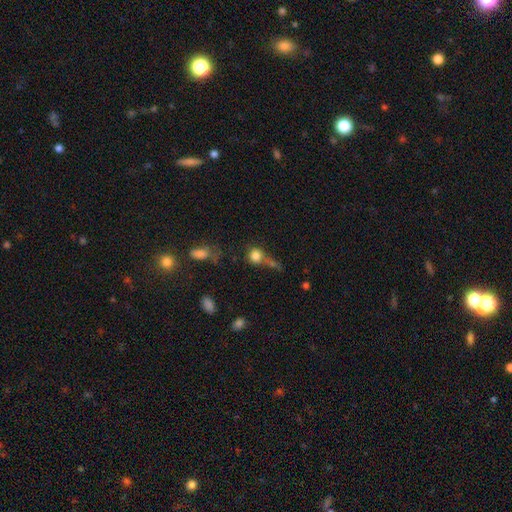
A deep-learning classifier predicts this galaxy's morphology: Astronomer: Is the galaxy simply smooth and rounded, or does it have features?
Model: smooth — 79%.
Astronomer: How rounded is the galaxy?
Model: round — 80%.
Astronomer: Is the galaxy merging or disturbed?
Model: none — 45% (runner-up: merger, 31%).